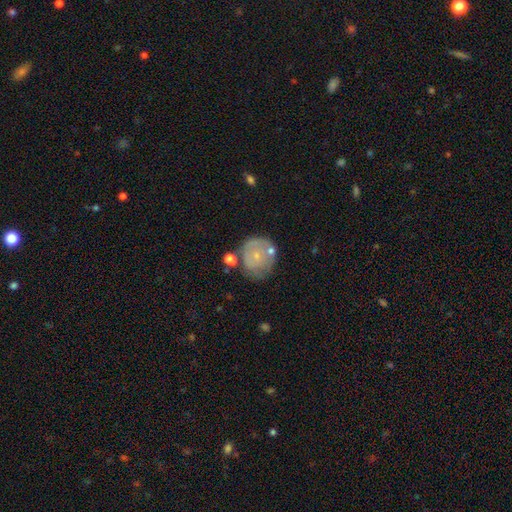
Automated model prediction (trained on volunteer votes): Smooth or featured: smooth — 48% (featured or disk — 43%)
Merging: none — 56% (minor disturbance — 23%)